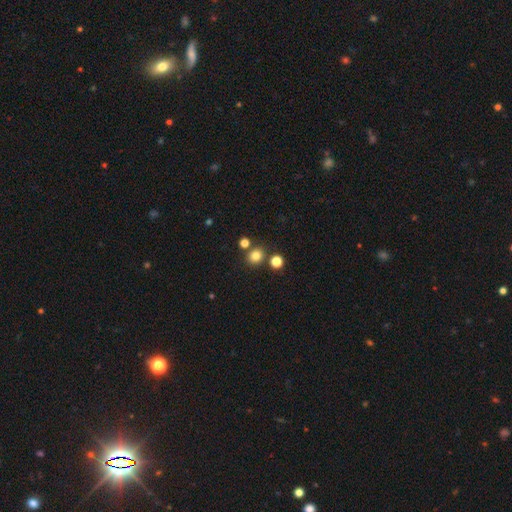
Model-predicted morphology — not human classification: A smooth galaxy with no disk features (79%) that is round (80%). Merging: none (79%).